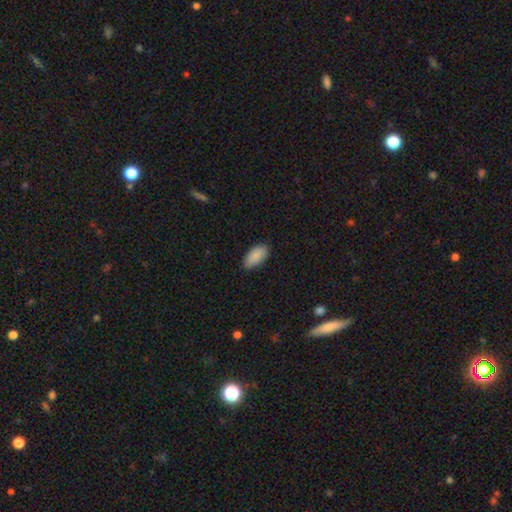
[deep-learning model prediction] Q: Smooth or featured?
A: smooth (88%); runner-up: featured or disk (6%)
Q: How rounded?
A: in between (94%); runner-up: cigar-shaped (3%)
Q: Merging?
A: none (82%); runner-up: minor disturbance (15%)